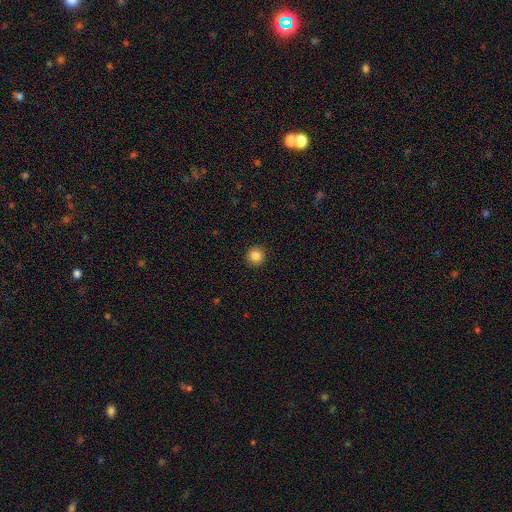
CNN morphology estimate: The model was most divided on "smooth or featured": smooth: 86%, star or artifact: 10%, featured or disk: 4%. More confident: how rounded — round (95%); merging — none (93%).